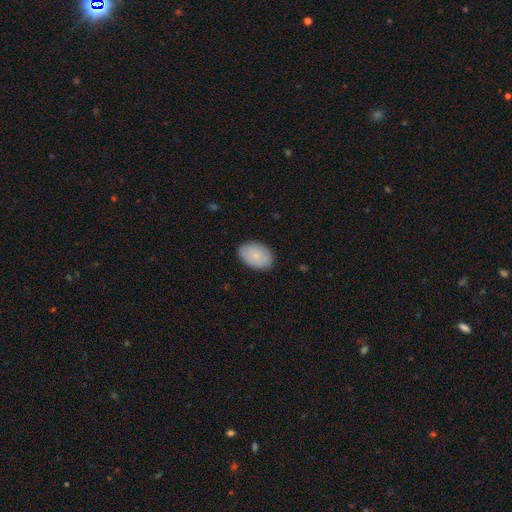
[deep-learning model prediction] A smooth galaxy with no disk features (82%) that is in between round and cigar-shaped (87%). Merging: none (84%).